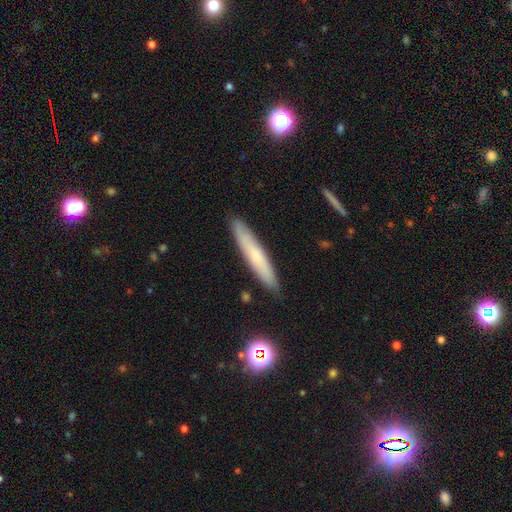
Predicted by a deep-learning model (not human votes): Smooth or featured? smooth (61%)
How rounded? cigar-shaped (93%)
Merging? none (88%)